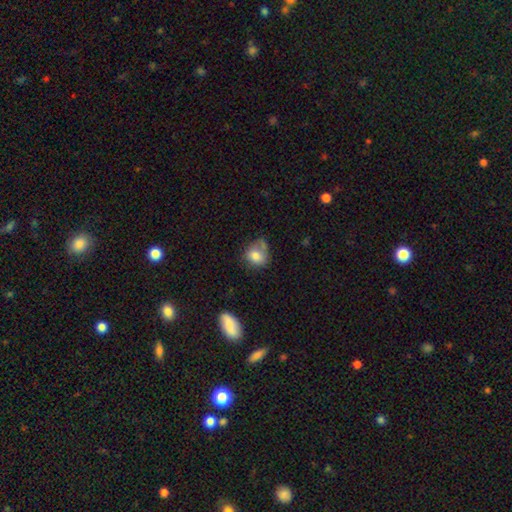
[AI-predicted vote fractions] Q: Smooth or featured?
A: smooth (76%); runner-up: featured or disk (15%)
Q: How rounded?
A: round (59%); runner-up: in between (40%)
Q: Merging?
A: none (40%); runner-up: minor disturbance (31%)